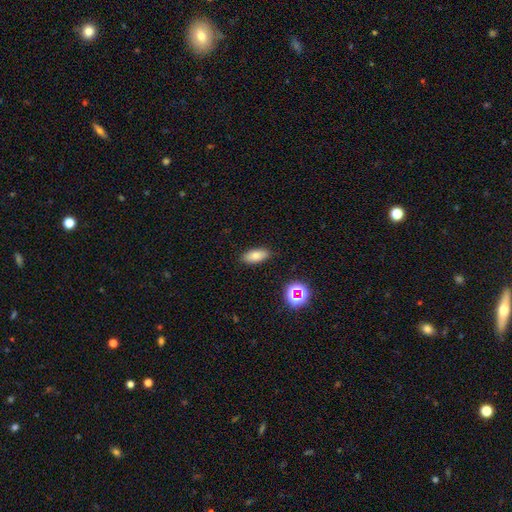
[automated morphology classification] Smooth or featured? smooth (79%)
How rounded? in between (85%)
Merging? none (87%)